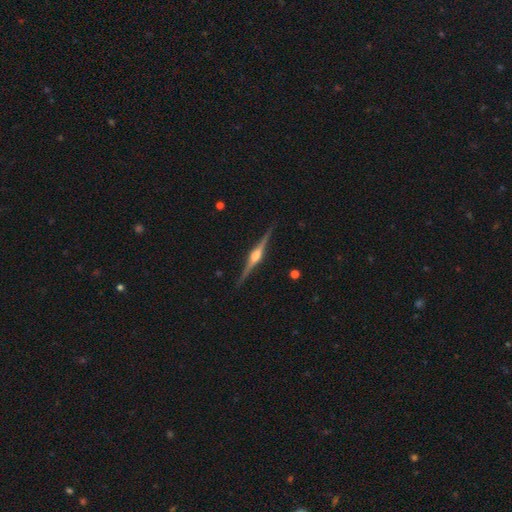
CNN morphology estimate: smooth-or-featured: featured or disk: 87% | smooth: 8% | star or artifact: 5%
  disk-edge-on: yes: 98% | no: 2%
    edge-on-bulge: rounded: 90% | boxy: 8% | none: 2%
  merging: none: 90% | minor disturbance: 7% | major disturbance: 2% | merger: 1%